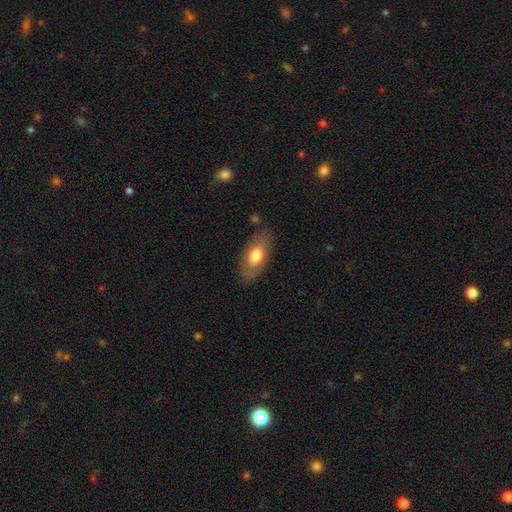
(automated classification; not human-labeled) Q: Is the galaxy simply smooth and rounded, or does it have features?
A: smooth — 66%.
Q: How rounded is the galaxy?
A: in between — 91%.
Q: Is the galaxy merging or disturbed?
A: none — 80%.